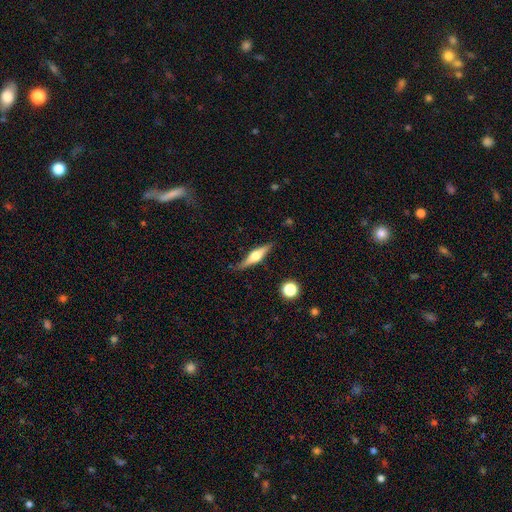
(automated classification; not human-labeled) A featured or disk galaxy (67%) viewed edge-on (95%) with a rounded central bulge (92%).

Vote fractions:
- Smooth or featured? featured or disk: 67% / smooth: 27% / star or artifact: 6%
- Edge-on disk? yes: 95% / no: 5%
- Edge-on bulge? rounded: 92% / boxy: 6% / none: 2%
- Merging? none: 80% / minor disturbance: 14% / major disturbance: 3% / merger: 2%